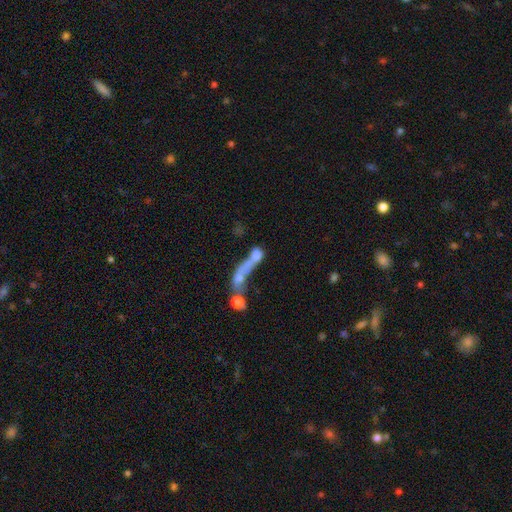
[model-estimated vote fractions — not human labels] Smooth or featured? Predicted: featured or disk (p=0.38). Merging? Predicted: merger (p=0.44).